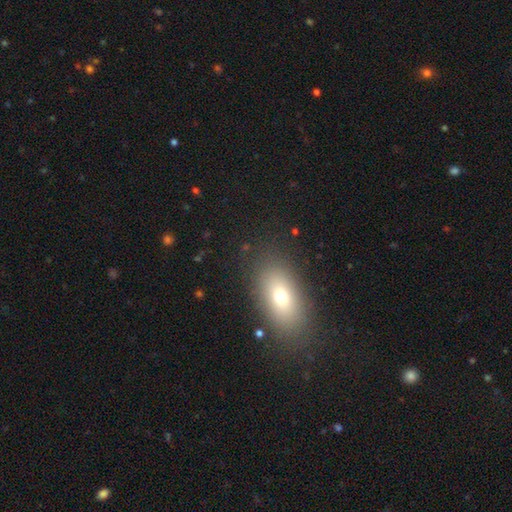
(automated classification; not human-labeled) Smooth or featured: smooth — 69% (star or artifact — 16%)
How rounded: in between — 86% (round — 8%)
Merging: none — 88% (minor disturbance — 8%)